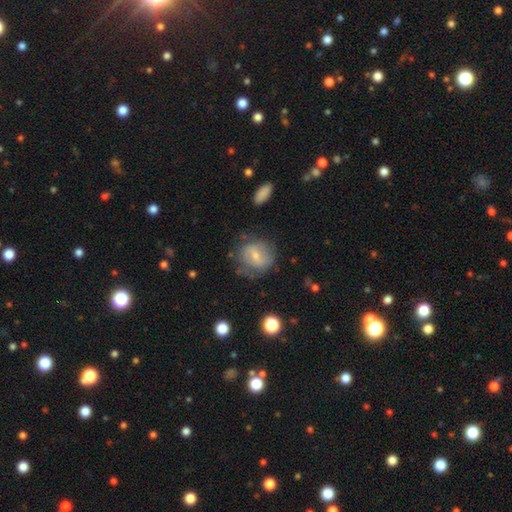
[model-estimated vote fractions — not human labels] Smooth or featured?
  - featured or disk: 48% *
  - smooth: 44%
  - star or artifact: 7%
Merging?
  - none: 61% *
  - minor disturbance: 23%
  - major disturbance: 13%
  - merger: 3%